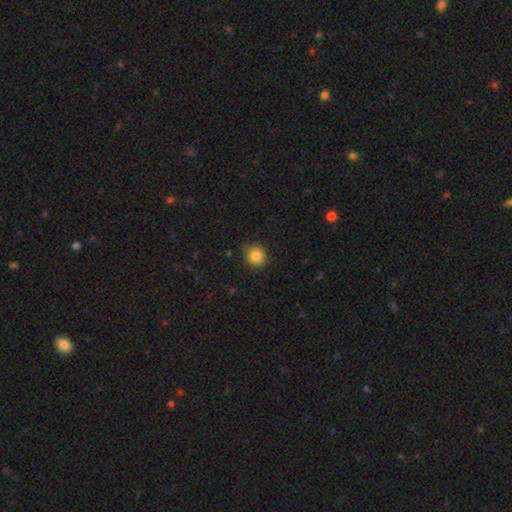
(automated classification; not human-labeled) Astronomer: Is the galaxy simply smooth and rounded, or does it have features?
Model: smooth — 85%.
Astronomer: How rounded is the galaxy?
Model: round — 88%.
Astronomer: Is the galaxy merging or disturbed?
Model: none — 86%.